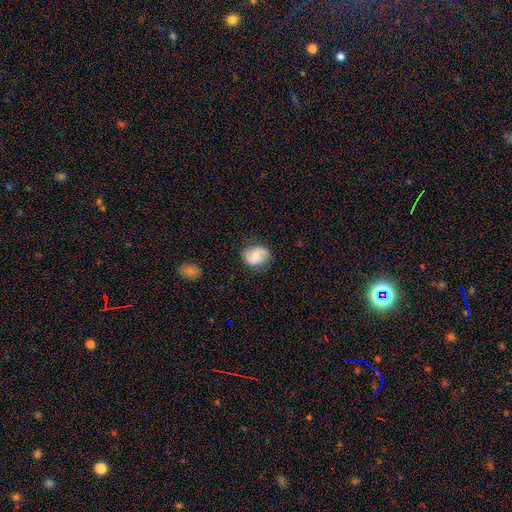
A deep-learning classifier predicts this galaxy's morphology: This is possibly a featured or disk galaxy (50%). It is clearly not viewed edge-on (97%). Merging: clearly none (81%).